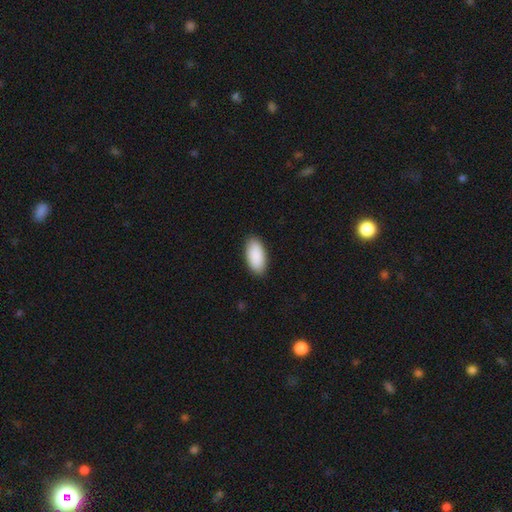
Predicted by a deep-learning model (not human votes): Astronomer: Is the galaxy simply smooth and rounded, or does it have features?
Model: smooth — 91%.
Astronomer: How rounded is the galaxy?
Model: in between — 94%.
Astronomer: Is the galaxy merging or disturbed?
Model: none — 89%.